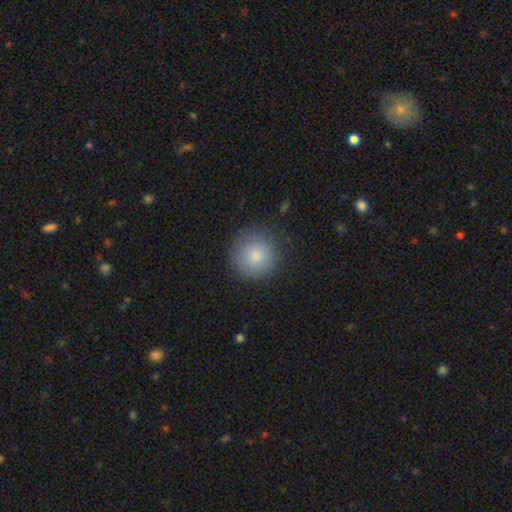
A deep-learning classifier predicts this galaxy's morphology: smooth_or_featured: smooth (p=0.84) [alt: featured or disk p=0.08]
how_rounded: round (p=0.95) [alt: in between p=0.04]
merging: none (p=0.85) [alt: minor disturbance p=0.10]